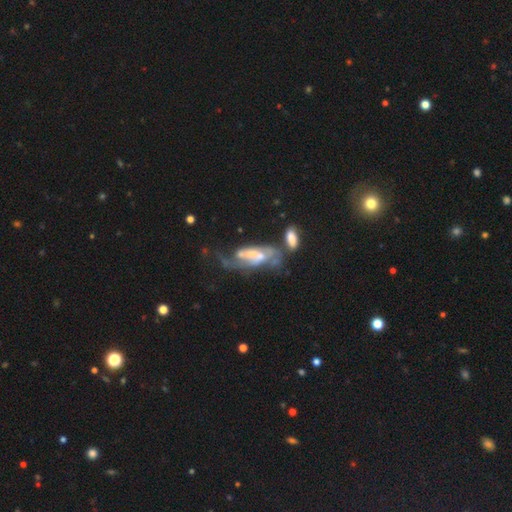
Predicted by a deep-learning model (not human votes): Overall: featured or disk (75%). Edge-on disk: no (89%). Bar: no (50%; weak 35%). Spiral arms: yes (77%). Spiral arm count: 2 (42%; can't tell 30%). Spiral winding: medium (39%; loose 34%). Bulge size: small (39%; moderate 34%). Merging: merger (35%; major disturbance 29%).